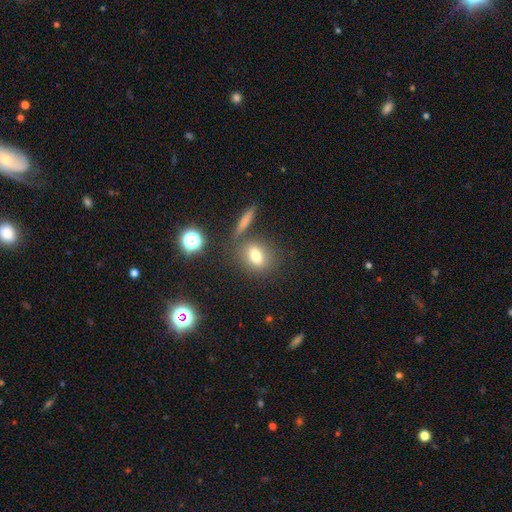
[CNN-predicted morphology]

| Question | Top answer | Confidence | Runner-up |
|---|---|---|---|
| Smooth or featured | smooth | 74% | star or artifact (14%) |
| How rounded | in between | 57% | round (37%) |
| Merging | none | 72% | merger (12%) |